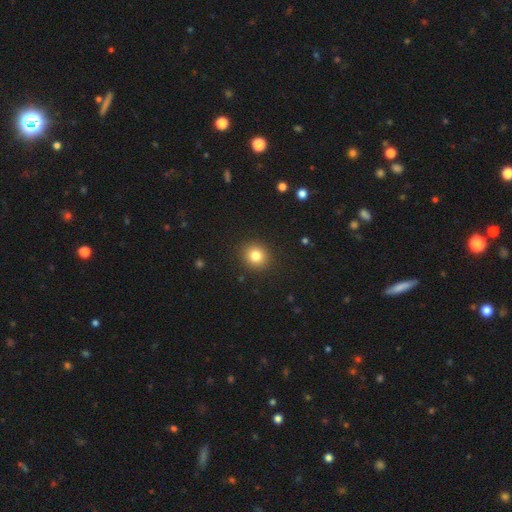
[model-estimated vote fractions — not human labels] smooth_or_featured: smooth (p=0.81) [alt: star or artifact p=0.12]
how_rounded: round (p=0.84) [alt: in between p=0.15]
merging: none (p=0.91) [alt: minor disturbance p=0.06]